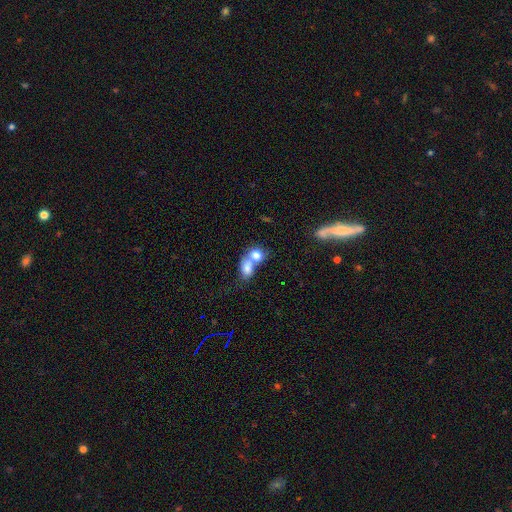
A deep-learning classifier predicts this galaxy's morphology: type=smooth (76%); roundness=in between (50%); merging=merger (73%).